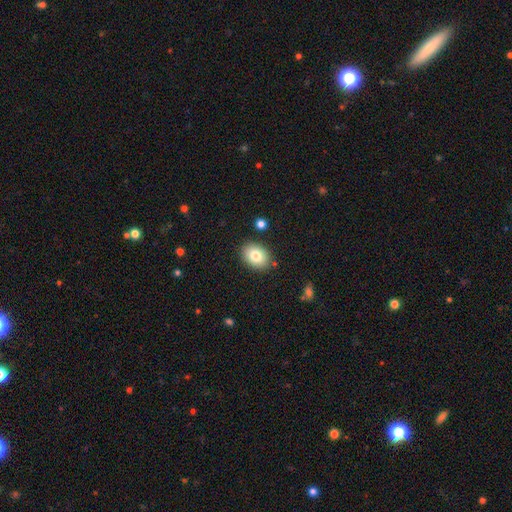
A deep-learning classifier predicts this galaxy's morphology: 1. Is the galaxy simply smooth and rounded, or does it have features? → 81% smooth, 11% featured or disk, 8% star or artifact.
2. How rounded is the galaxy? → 73% in between, 26% round, 1% cigar-shaped.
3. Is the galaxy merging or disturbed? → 87% none, 9% minor disturbance, 2% merger, 2% major disturbance.